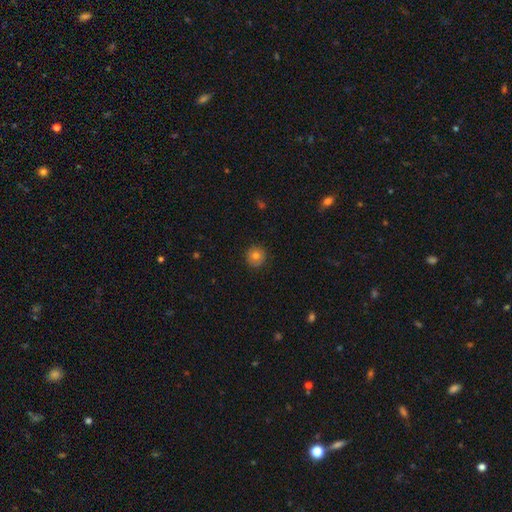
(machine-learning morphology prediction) smooth_or_featured: smooth (p=0.75) [alt: featured or disk p=0.16]
how_rounded: round (p=0.94) [alt: in between p=0.05]
merging: none (p=0.88) [alt: minor disturbance p=0.09]